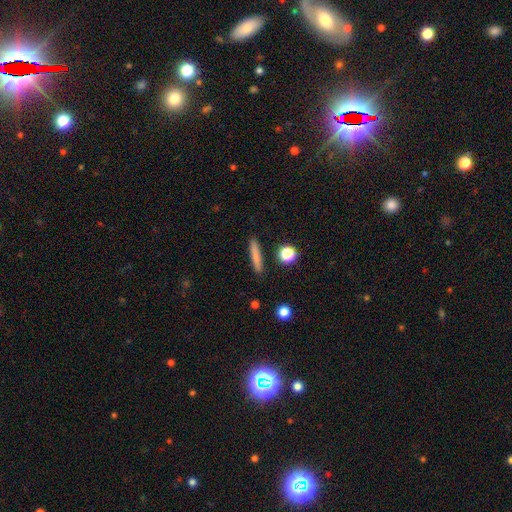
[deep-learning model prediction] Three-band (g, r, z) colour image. It shows a smooth galaxy with no disk features (78%) that is cigar-shaped (91%). Merging: none (90%).